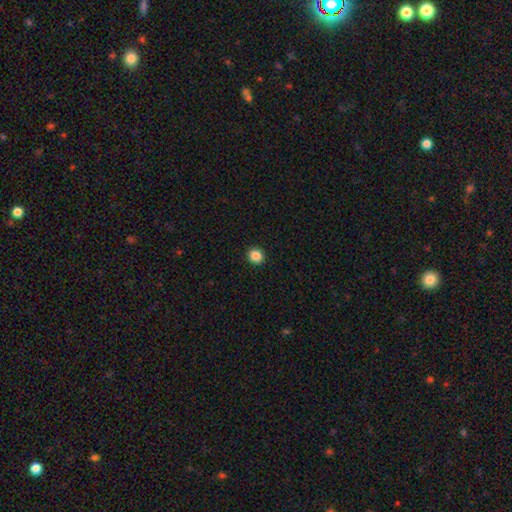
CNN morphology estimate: A smooth galaxy with no disk features (86%) that is round (89%).

Vote fractions:
- Smooth or featured? smooth: 86% / star or artifact: 10% / featured or disk: 3%
- How rounded? round: 89% / in between: 10% / cigar-shaped: 1%
- Merging? none: 93% / minor disturbance: 4% / major disturbance: 1% / merger: 1%